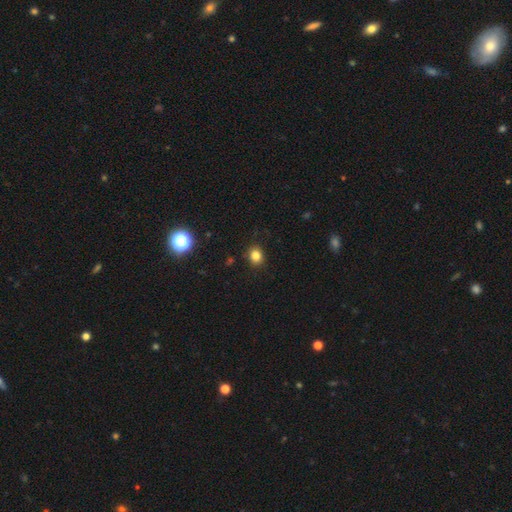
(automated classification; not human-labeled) Smooth or featured? smooth (82%)
How rounded? round (67%)
Merging? none (89%)